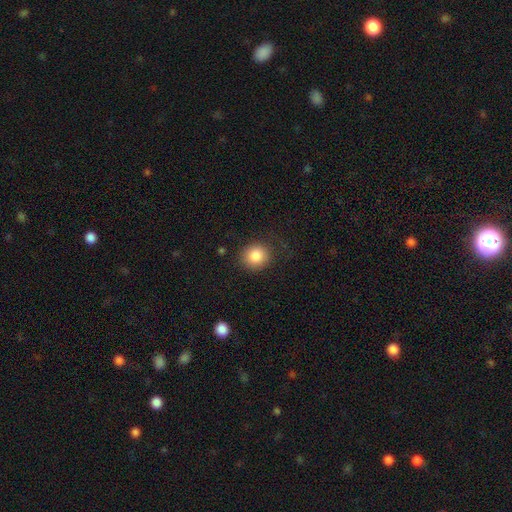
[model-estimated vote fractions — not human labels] This appears to be a smooth galaxy with no disk features (85%) that is round (84%). Merging: none (81%).